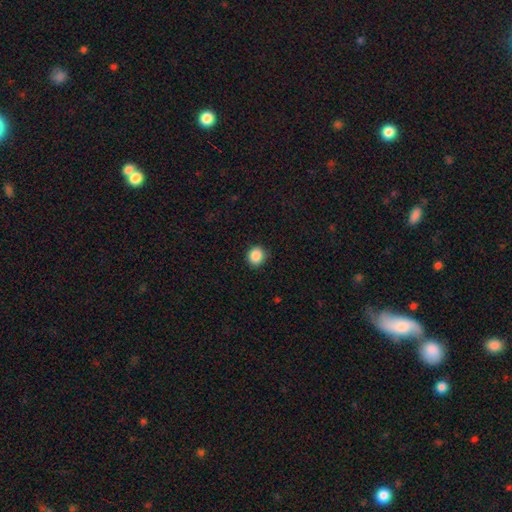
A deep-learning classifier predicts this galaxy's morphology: Overall: smooth (87%). How rounded: round (83%). Merging: none (88%).